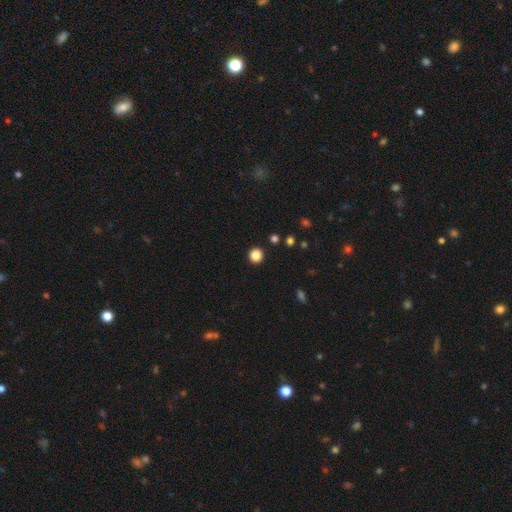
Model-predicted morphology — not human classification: Overall: smooth (85%). How rounded: round (94%). Merging: none (92%).